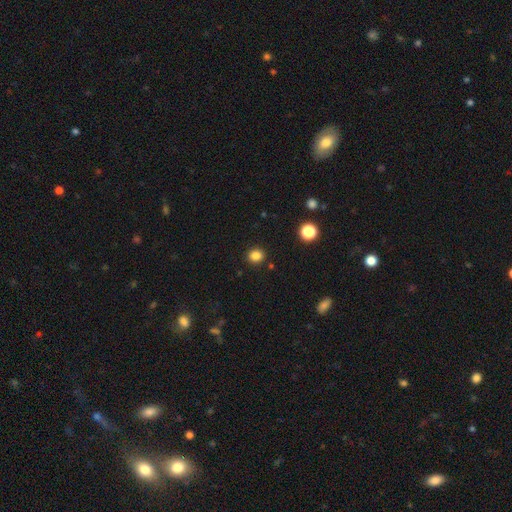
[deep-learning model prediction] Smooth or featured? Predicted: smooth (p=0.84). How rounded? Predicted: round (p=0.76). Merging? Predicted: none (p=0.90).